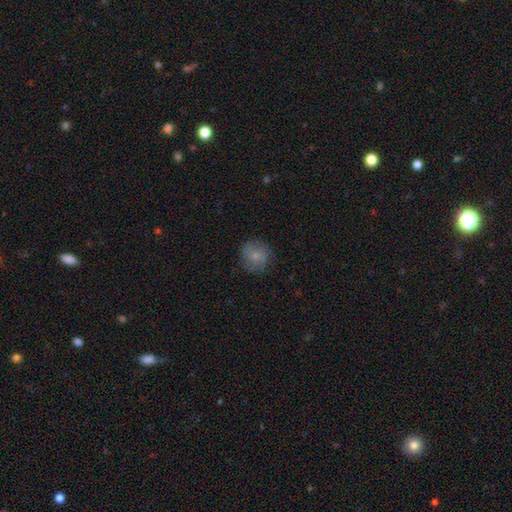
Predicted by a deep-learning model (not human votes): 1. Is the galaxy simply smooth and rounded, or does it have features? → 71% smooth, 21% featured or disk, 8% star or artifact.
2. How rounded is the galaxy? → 89% round, 10% in between, 1% cigar-shaped.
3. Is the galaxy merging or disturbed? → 78% none, 15% minor disturbance, 5% major disturbance, 1% merger.